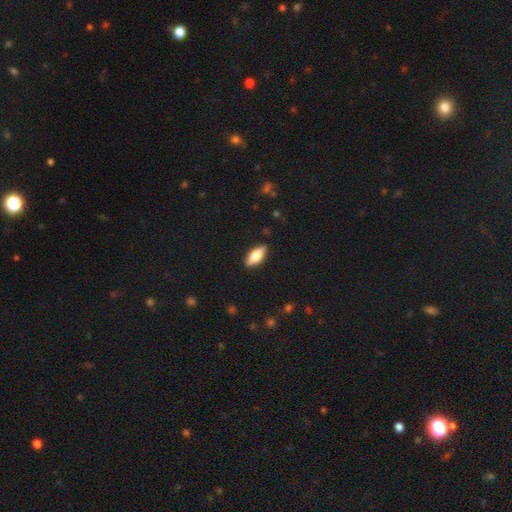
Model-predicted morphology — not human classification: A smooth galaxy with no disk features (65%) that is in between round and cigar-shaped (72%).

Vote fractions:
- Smooth or featured? smooth: 65% / featured or disk: 29% / star or artifact: 6%
- How rounded? in between: 72% / cigar-shaped: 25% / round: 3%
- Merging? none: 87% / minor disturbance: 10% / major disturbance: 2% / merger: 1%